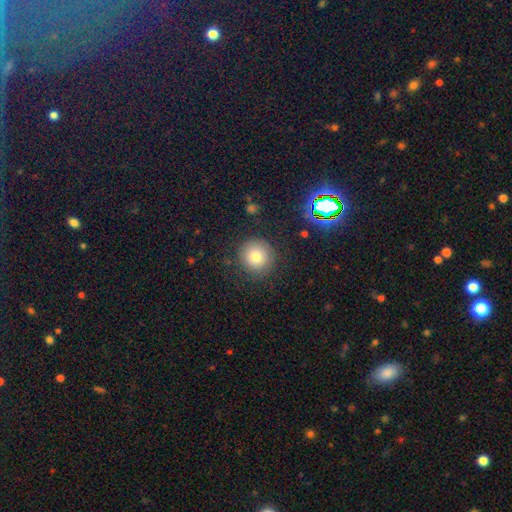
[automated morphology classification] A smooth galaxy with no disk features (77%) that is round (94%).

Vote fractions:
- Smooth or featured? smooth: 77% / star or artifact: 14% / featured or disk: 9%
- How rounded? round: 94% / in between: 5% / cigar-shaped: 1%
- Merging? none: 87% / minor disturbance: 8% / major disturbance: 3% / merger: 1%